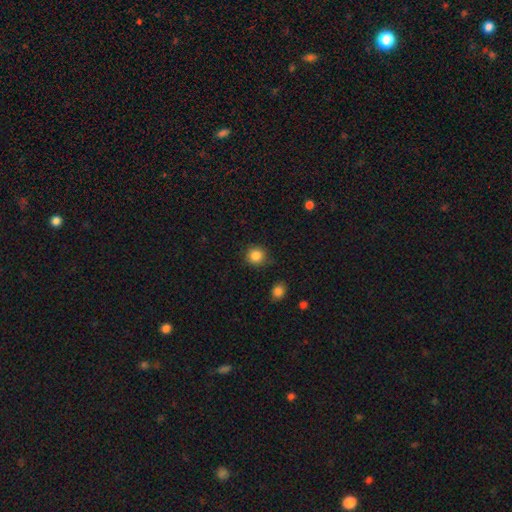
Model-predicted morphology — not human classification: type=smooth (85%); roundness=round (92%); merging=none (85%).